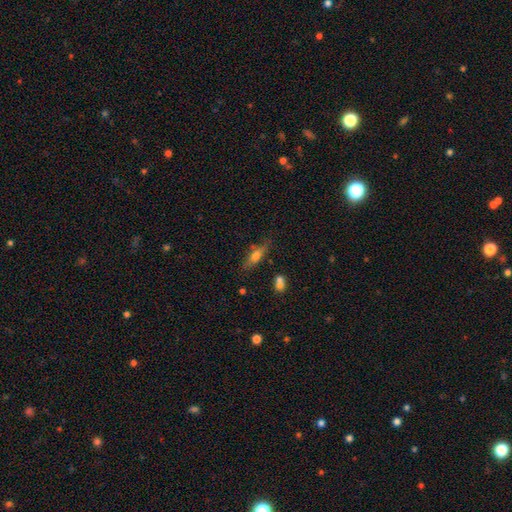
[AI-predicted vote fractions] Smooth or featured?
  - smooth: 59% *
  - featured or disk: 32%
  - star or artifact: 9%
How rounded?
  - cigar-shaped: 55% *
  - in between: 42%
  - round: 3%
Merging?
  - none: 71% *
  - minor disturbance: 17%
  - merger: 7%
  - major disturbance: 5%